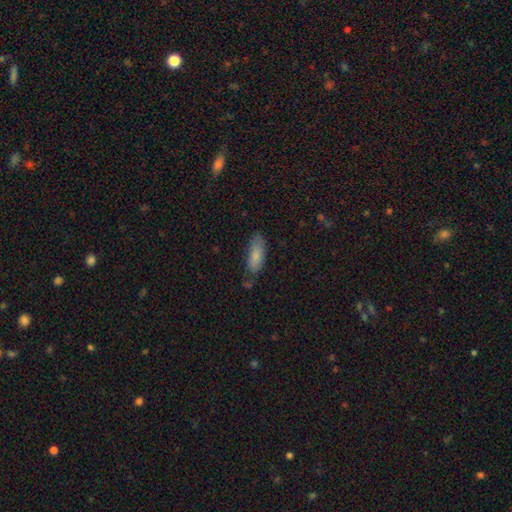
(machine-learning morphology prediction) Smooth or featured: smooth — 83% (featured or disk — 10%)
How rounded: in between — 73% (cigar-shaped — 26%)
Merging: none — 71% (minor disturbance — 21%)